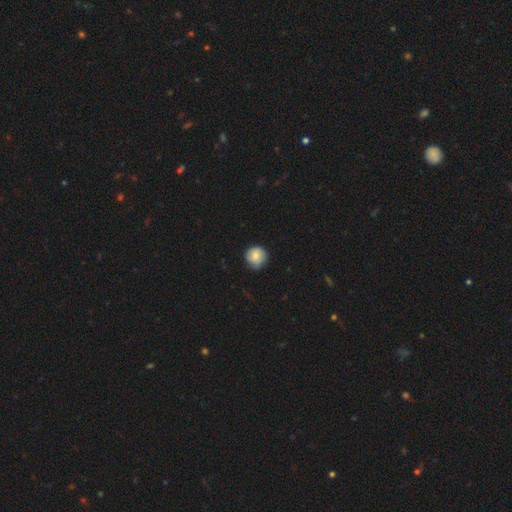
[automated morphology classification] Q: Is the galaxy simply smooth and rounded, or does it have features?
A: smooth — 78%.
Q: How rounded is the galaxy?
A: round — 93%.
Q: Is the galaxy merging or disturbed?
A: none — 80%.